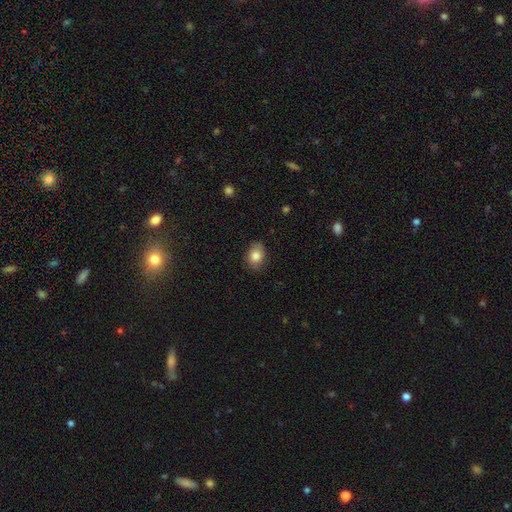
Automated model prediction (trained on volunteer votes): smooth-or-featured: smooth: 84% | star or artifact: 9% | featured or disk: 8%
  how-rounded: in between: 65% | round: 34% | cigar-shaped: 1%
  merging: none: 81% | minor disturbance: 15% | major disturbance: 3% | merger: 1%